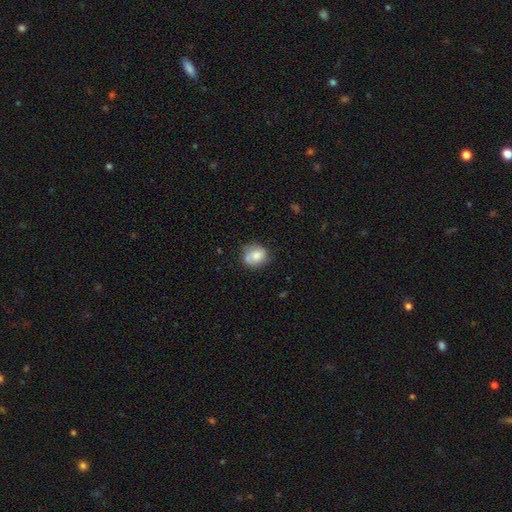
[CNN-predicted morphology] A smooth galaxy with no disk features (70%) that is round (75%).

Vote fractions:
- Smooth or featured? smooth: 70% / featured or disk: 22% / star or artifact: 8%
- How rounded? round: 75% / in between: 24% / cigar-shaped: 1%
- Merging? none: 60% / minor disturbance: 24% / merger: 10% / major disturbance: 7%